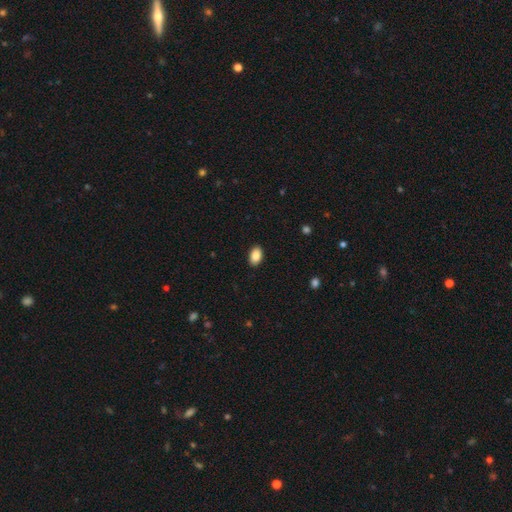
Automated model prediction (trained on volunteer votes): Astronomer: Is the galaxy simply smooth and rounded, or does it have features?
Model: smooth — 88%.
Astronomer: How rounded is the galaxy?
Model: in between — 91%.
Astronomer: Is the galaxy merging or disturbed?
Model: none — 89%.